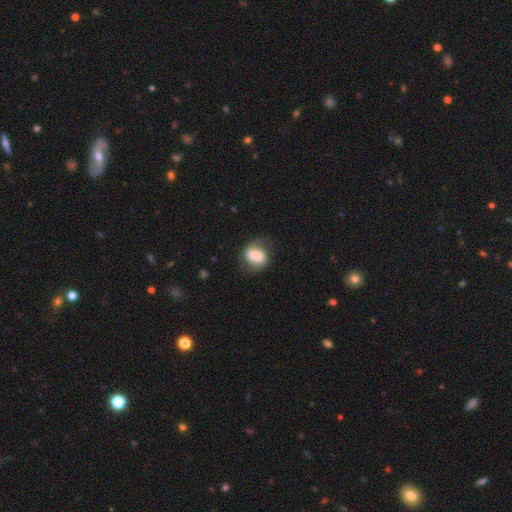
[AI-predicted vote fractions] This appears to be a smooth galaxy with no disk features (49%). Merging: none (58%).